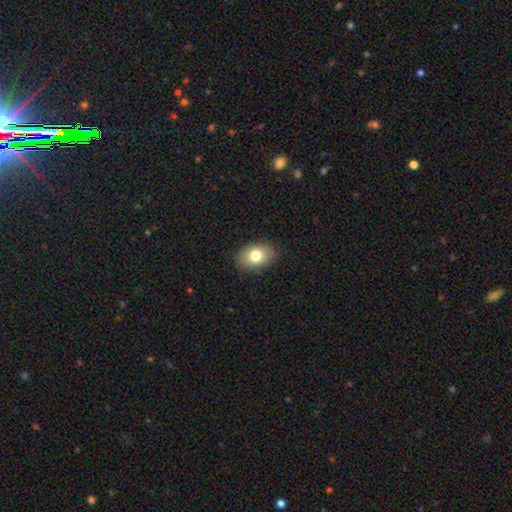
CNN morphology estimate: smooth_or_featured: smooth (p=0.78) [alt: featured or disk p=0.13]
how_rounded: in between (p=0.81) [alt: round p=0.18]
merging: none (p=0.87) [alt: minor disturbance p=0.09]